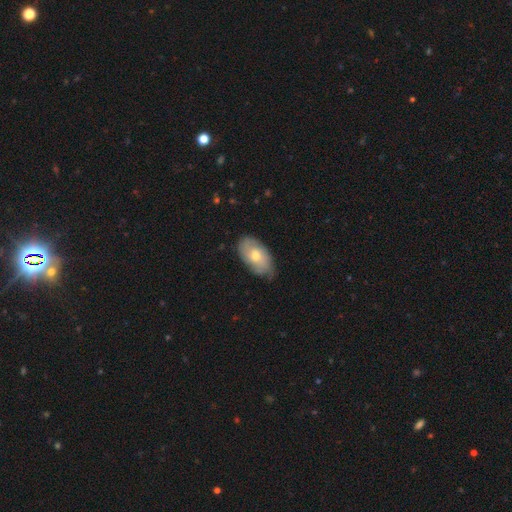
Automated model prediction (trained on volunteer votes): Smooth or featured: smooth — 51% (featured or disk — 43%)
How rounded: in between — 93% (round — 5%)
Merging: none — 69% (minor disturbance — 25%)